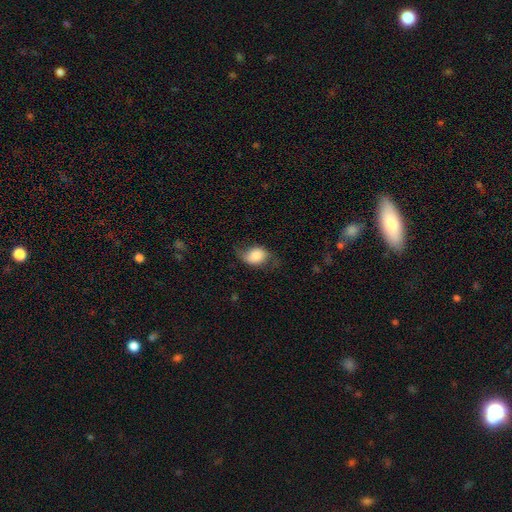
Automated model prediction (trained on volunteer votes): smooth 63%, featured or disk 29%, star or artifact 8%. Down the decision tree: how rounded — in between (71%); merging — none (56%).